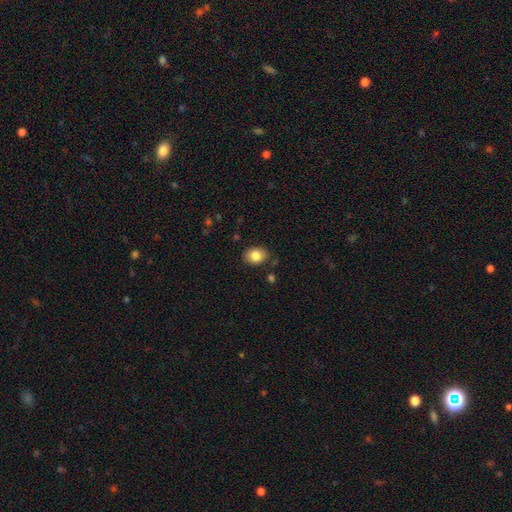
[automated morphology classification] This is clearly a smooth galaxy (83%). How rounded: possibly in between (58%). Merging: clearly none (84%).